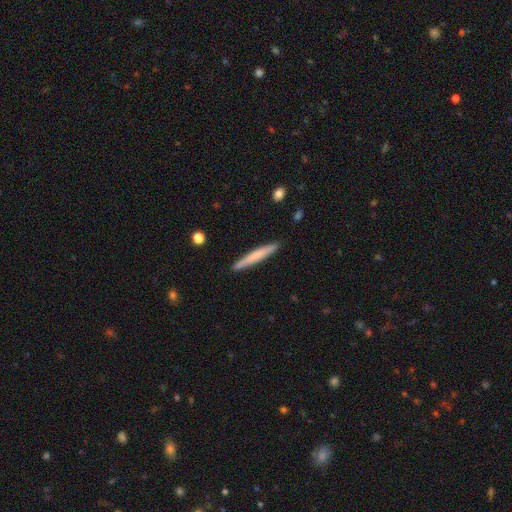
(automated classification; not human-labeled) Overall: smooth (65%; featured or disk 30%). How rounded: cigar-shaped (96%). Merging: none (90%).